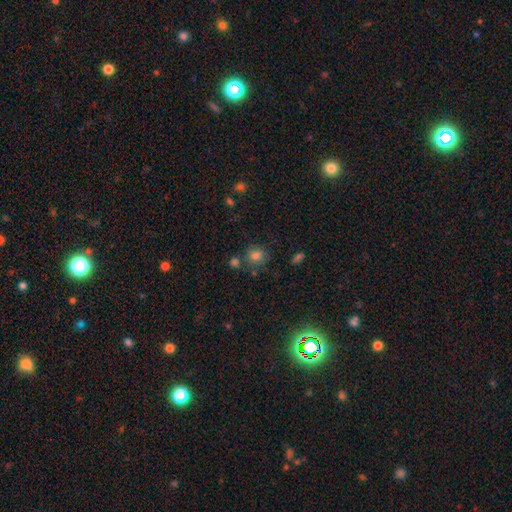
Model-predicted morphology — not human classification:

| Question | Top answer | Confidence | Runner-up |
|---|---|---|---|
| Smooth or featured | smooth | 77% | star or artifact (13%) |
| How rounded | round | 83% | in between (16%) |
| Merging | none | 71% | minor disturbance (14%) |